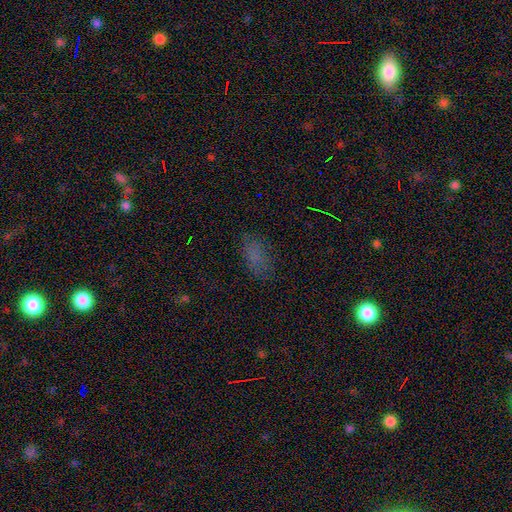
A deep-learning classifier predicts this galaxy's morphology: Overall: smooth (69%). How rounded: in between (90%). Merging: none (72%).